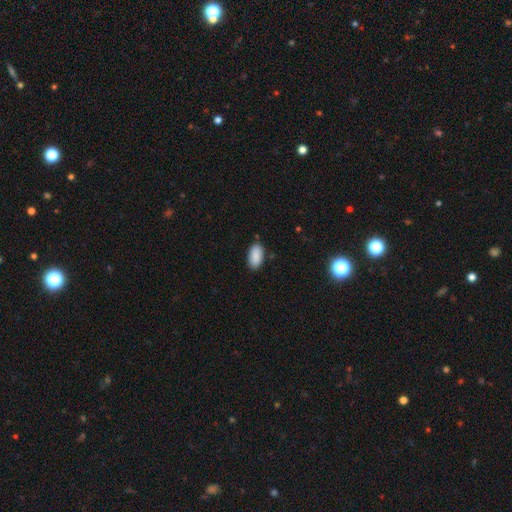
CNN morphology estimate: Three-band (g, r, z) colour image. It shows a smooth galaxy with no disk features (90%) that is in between round and cigar-shaped (94%). Merging: none (85%).